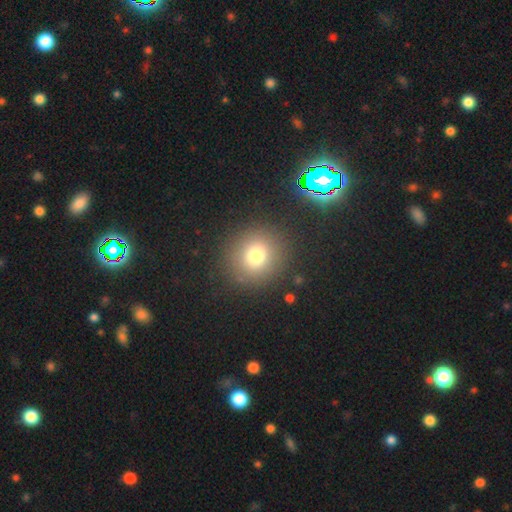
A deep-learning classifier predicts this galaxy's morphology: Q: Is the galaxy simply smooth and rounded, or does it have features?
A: smooth — 75%.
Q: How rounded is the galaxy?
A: round — 89%.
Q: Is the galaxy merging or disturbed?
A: none — 87%.